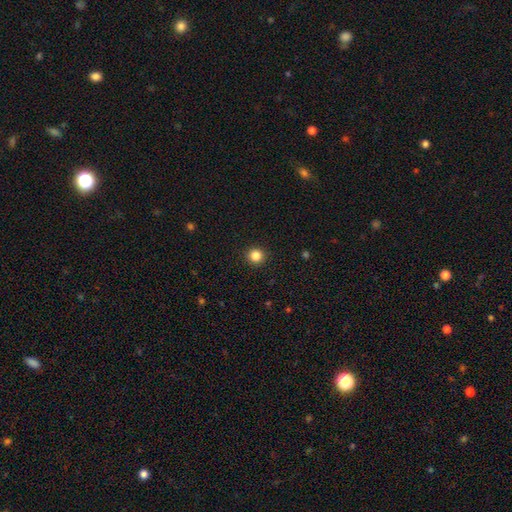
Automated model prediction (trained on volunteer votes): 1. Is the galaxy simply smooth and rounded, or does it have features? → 85% smooth, 12% star or artifact, 4% featured or disk.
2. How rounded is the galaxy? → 93% round, 6% in between, 1% cigar-shaped.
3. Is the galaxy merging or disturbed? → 93% none, 5% minor disturbance, 2% major disturbance, 1% merger.